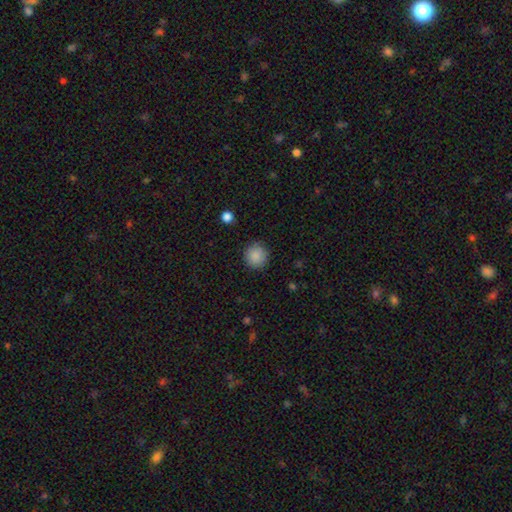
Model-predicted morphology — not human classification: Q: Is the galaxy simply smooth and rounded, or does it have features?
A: smooth — 88%.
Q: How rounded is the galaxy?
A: round — 94%.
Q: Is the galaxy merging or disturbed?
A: none — 90%.